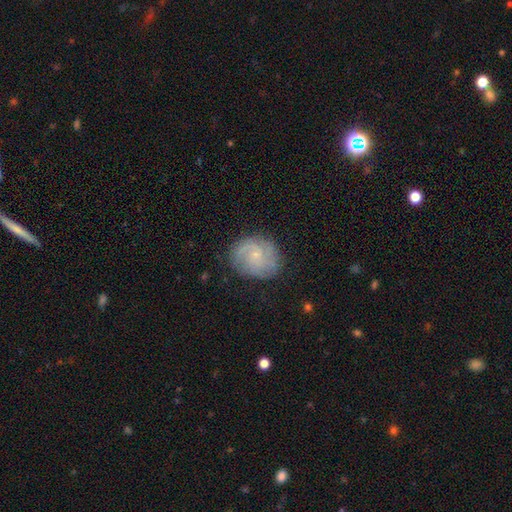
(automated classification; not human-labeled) A featured or disk galaxy (69%) with no bar (70%), 2 (38%) tight (47%) spiral arms (92%) and a small central bulge (76%).

Vote fractions:
- Smooth or featured? featured or disk: 69% / smooth: 24% / star or artifact: 8%
- Edge-on disk? no: 98% / yes: 2%
- Bar? no: 70% / weak: 27% / strong: 3%
- Spiral arms? yes: 92% / no: 8%
- Spiral winding? tight: 47% / medium: 40% / loose: 14%
- Spiral arm count? 2: 38% / can't tell: 28% / 3: 19% / 4: 6% / 1: 5% / more than 4: 4%
- Bulge size? small: 76% / moderate: 16% / none: 6% / large: 1% / dominant: 1%
- Merging? none: 76% / minor disturbance: 17% / major disturbance: 6% / merger: 1%